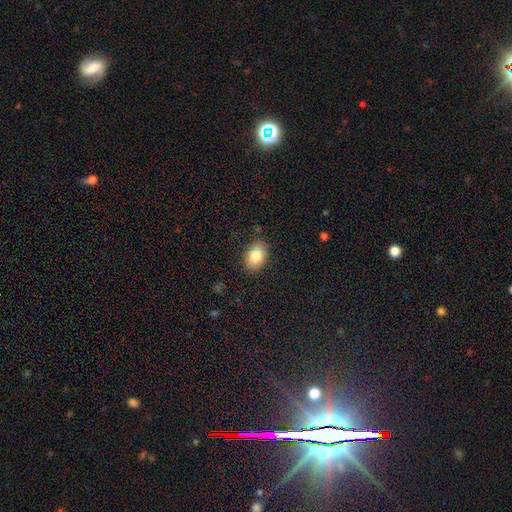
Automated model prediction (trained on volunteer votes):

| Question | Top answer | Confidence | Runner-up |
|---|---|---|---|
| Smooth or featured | smooth | 82% | star or artifact (9%) |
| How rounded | in between | 73% | round (26%) |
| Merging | none | 81% | minor disturbance (14%) |